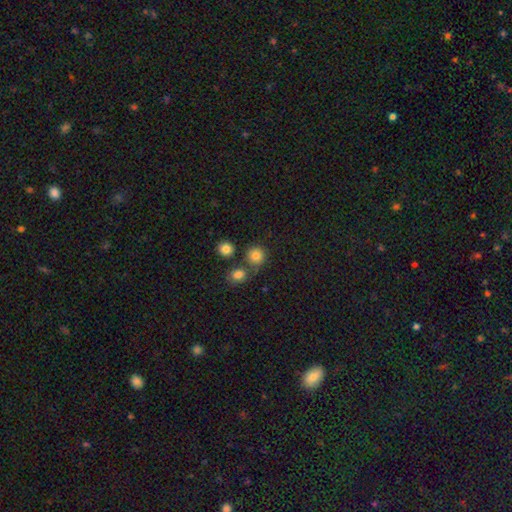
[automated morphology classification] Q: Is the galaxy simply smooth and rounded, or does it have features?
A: smooth — 82%.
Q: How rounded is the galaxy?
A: round — 89%.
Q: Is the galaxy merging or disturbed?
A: none — 69%.